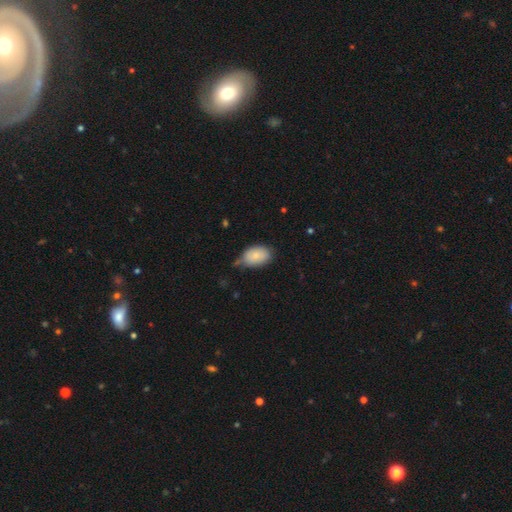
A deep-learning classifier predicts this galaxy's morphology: A smooth galaxy with no disk features (80%) that is in between round and cigar-shaped (87%). Merging: none (57%).